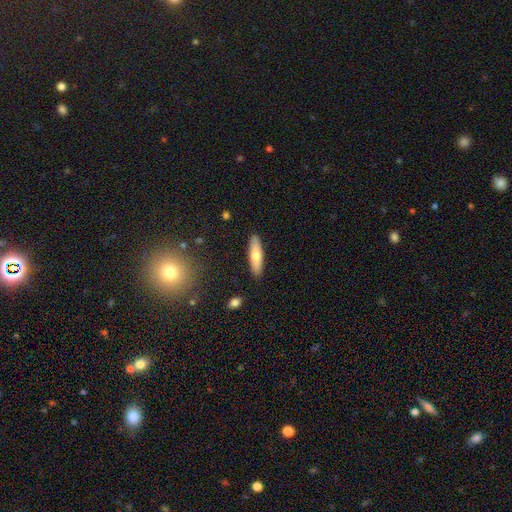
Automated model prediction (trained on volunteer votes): Smooth or featured?
  - smooth: 70% *
  - featured or disk: 24%
  - star or artifact: 6%
How rounded?
  - cigar-shaped: 62% *
  - in between: 36%
  - round: 2%
Merging?
  - none: 89% *
  - minor disturbance: 8%
  - major disturbance: 2%
  - merger: 1%